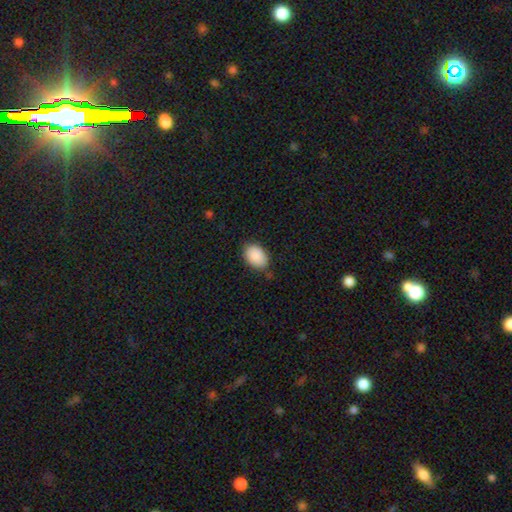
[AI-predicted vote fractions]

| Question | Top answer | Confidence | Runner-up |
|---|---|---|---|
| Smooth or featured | smooth | 90% | star or artifact (7%) |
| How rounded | in between | 86% | round (13%) |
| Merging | none | 76% | minor disturbance (19%) |